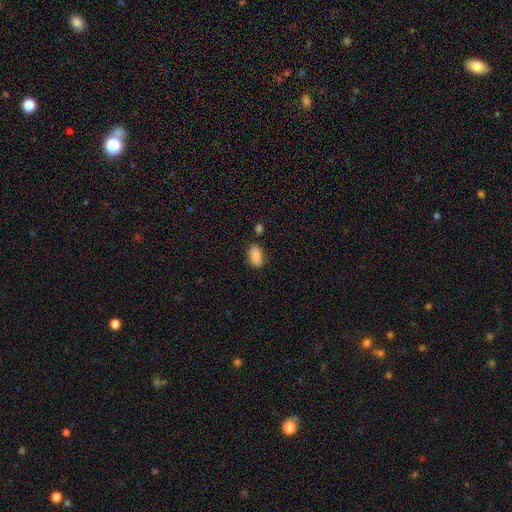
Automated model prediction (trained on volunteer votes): smooth-or-featured: smooth: 88% | star or artifact: 7% | featured or disk: 4%
  how-rounded: in between: 91% | cigar-shaped: 5% | round: 4%
  merging: none: 76% | minor disturbance: 15% | merger: 5% | major disturbance: 3%